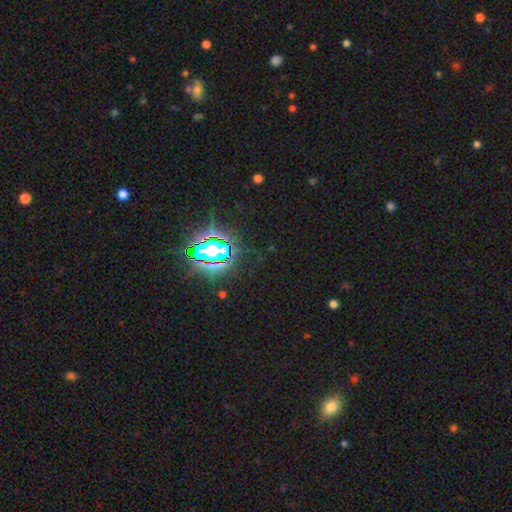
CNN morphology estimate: A star or artifact, not a galaxy (82%).